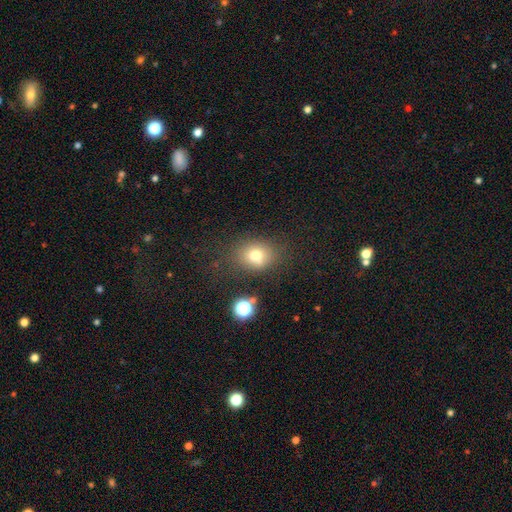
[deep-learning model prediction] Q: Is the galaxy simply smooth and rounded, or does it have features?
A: smooth — 73%.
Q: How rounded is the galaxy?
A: round — 51%.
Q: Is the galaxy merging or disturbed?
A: none — 71%.